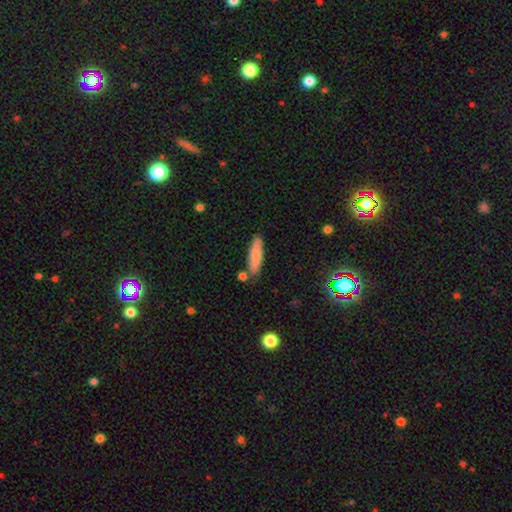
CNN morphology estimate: Q: Smooth or featured?
A: smooth (81%); runner-up: featured or disk (13%)
Q: How rounded?
A: cigar-shaped (69%); runner-up: in between (30%)
Q: Merging?
A: none (78%); runner-up: minor disturbance (13%)